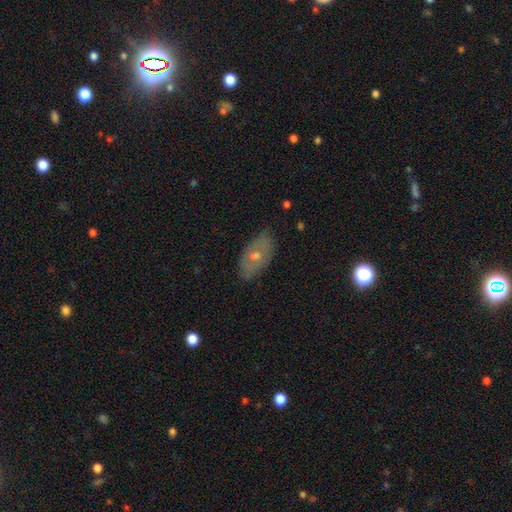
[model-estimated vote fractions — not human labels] This is possibly a smooth galaxy (46%). Merging: likely none (79%).